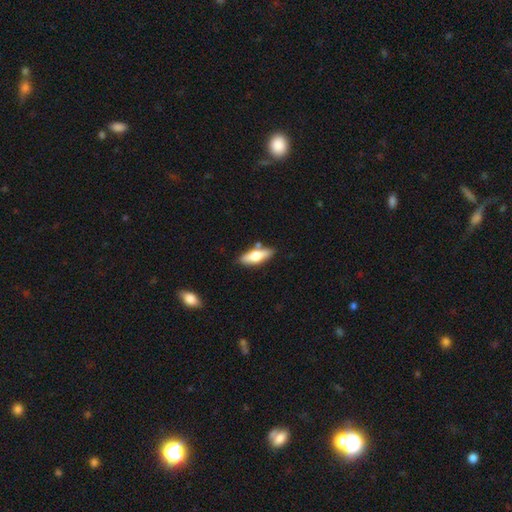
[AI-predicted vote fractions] Morphology: type=smooth (56%); roundness=in between (59%); merging=none (79%).